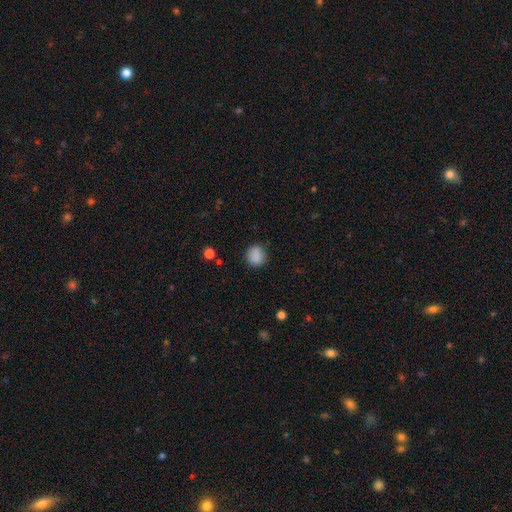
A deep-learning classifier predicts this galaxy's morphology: Smooth or featured?
  - smooth: 87% *
  - star or artifact: 9%
  - featured or disk: 4%
How rounded?
  - round: 83% *
  - in between: 16%
  - cigar-shaped: 1%
Merging?
  - none: 85% *
  - minor disturbance: 11%
  - major disturbance: 3%
  - merger: 1%